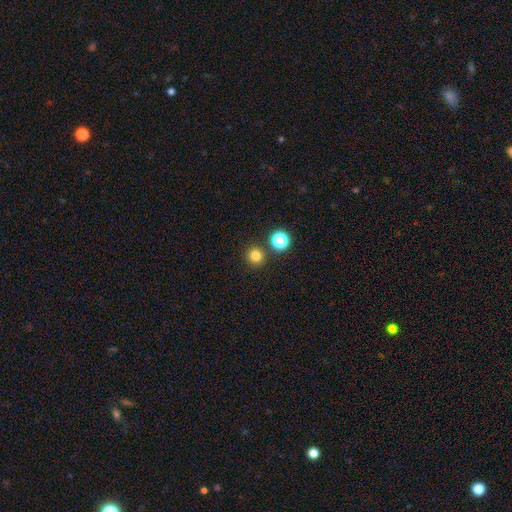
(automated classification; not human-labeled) smooth 79%, star or artifact 16%, featured or disk 5%. Down the decision tree: how rounded — round (95%); merging — none (86%).